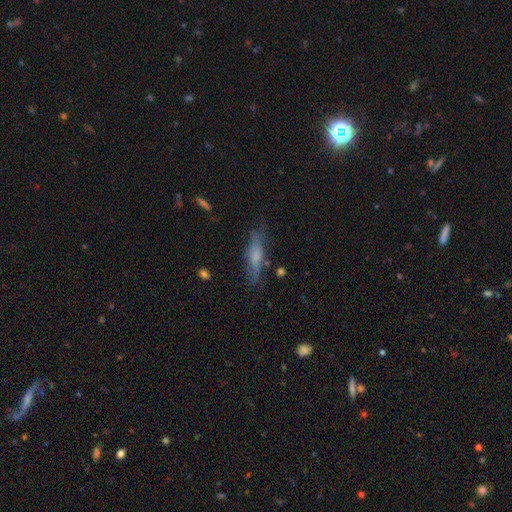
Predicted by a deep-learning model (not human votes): Morphology: type=smooth (52%); roundness=cigar-shaped (72%); merging=none (72%).